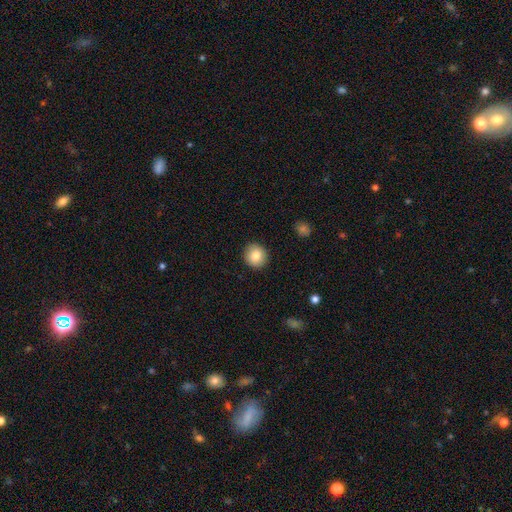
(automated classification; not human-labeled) This appears to be a smooth galaxy with no disk features (83%) that is round (88%). Merging: none (91%).